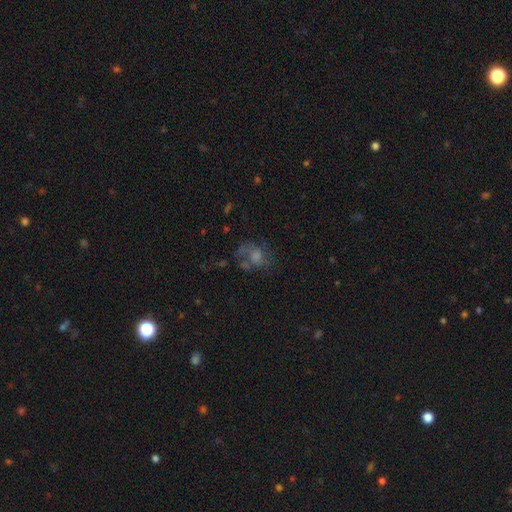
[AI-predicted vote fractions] Smooth or featured? Predicted: featured or disk (p=0.41). Merging? Predicted: none (p=0.45).